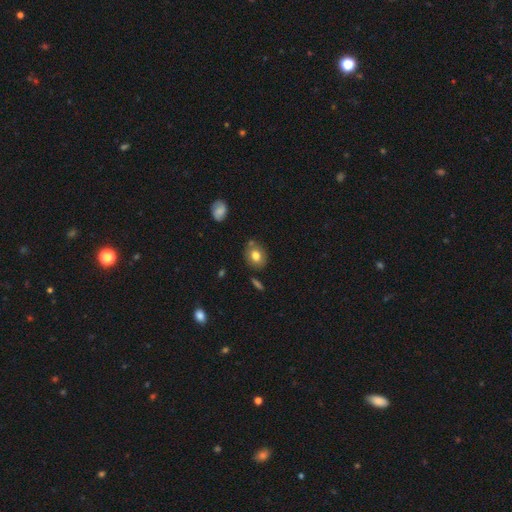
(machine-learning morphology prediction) A smooth galaxy with no disk features (75%) that is round (54%).

Vote fractions:
- Smooth or featured? smooth: 75% / featured or disk: 15% / star or artifact: 10%
- How rounded? round: 54% / in between: 45% / cigar-shaped: 1%
- Merging? none: 77% / minor disturbance: 14% / merger: 6% / major disturbance: 3%